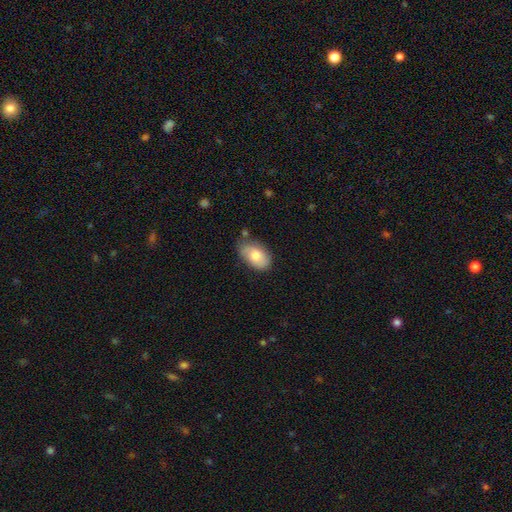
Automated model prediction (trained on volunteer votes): smooth 77%, featured or disk 16%, star or artifact 7%. Down the decision tree: how rounded — in between (91%); merging — none (69%).